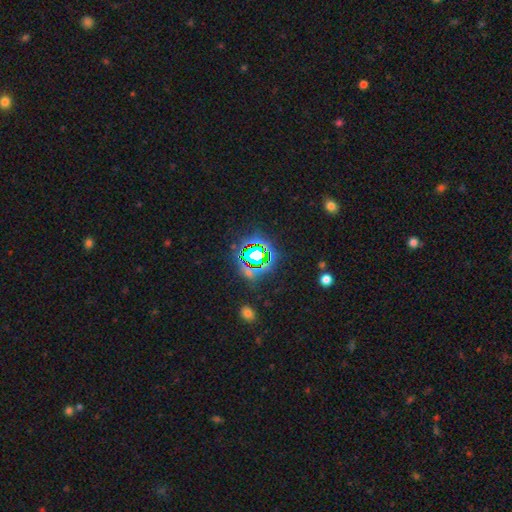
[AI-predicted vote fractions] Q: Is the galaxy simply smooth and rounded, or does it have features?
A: star or artifact — 76%.